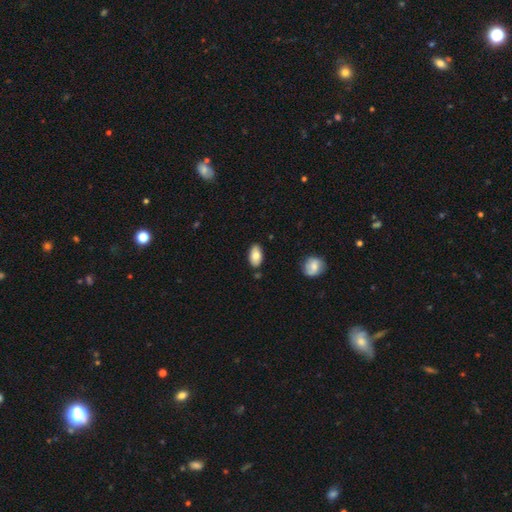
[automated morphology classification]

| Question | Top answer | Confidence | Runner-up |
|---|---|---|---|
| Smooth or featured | smooth | 80% | featured or disk (14%) |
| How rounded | in between | 94% | round (4%) |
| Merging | none | 84% | minor disturbance (12%) |